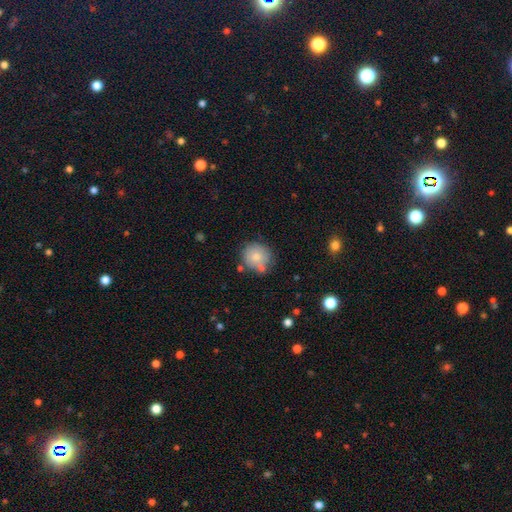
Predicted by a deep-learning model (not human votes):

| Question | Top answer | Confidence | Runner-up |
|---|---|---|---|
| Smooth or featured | smooth | 76% | featured or disk (15%) |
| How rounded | round | 87% | in between (12%) |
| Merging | none | 67% | minor disturbance (17%) |